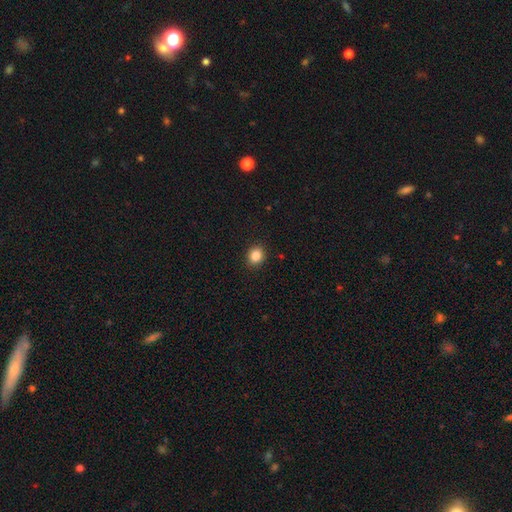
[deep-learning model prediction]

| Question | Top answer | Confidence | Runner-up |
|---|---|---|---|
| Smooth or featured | smooth | 86% | star or artifact (10%) |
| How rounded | round | 73% | in between (26%) |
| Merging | none | 91% | minor disturbance (6%) |